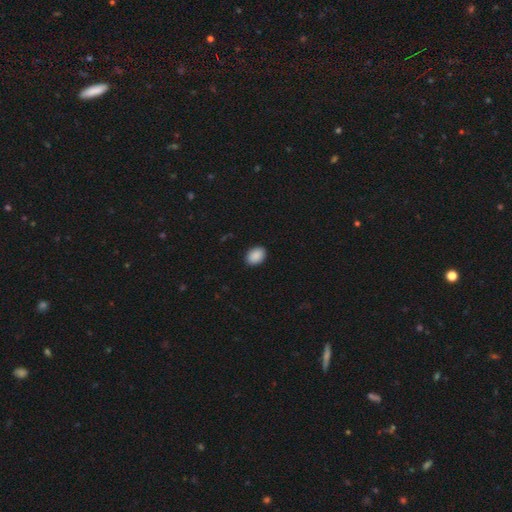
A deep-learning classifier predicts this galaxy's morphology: smooth_or_featured: smooth (p=0.90) [alt: star or artifact p=0.07]
how_rounded: in between (p=0.76) [alt: round p=0.23]
merging: none (p=0.90) [alt: minor disturbance p=0.07]